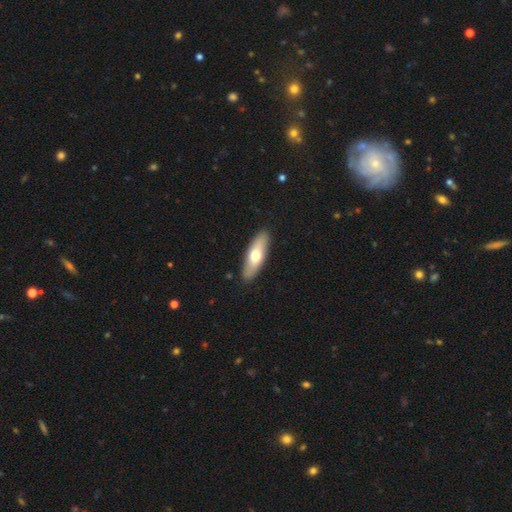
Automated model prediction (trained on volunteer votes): Smooth or featured?
  - smooth: 62% *
  - featured or disk: 33%
  - star or artifact: 5%
How rounded?
  - in between: 52% *
  - cigar-shaped: 45%
  - round: 2%
Merging?
  - none: 89% *
  - minor disturbance: 8%
  - major disturbance: 2%
  - merger: 1%